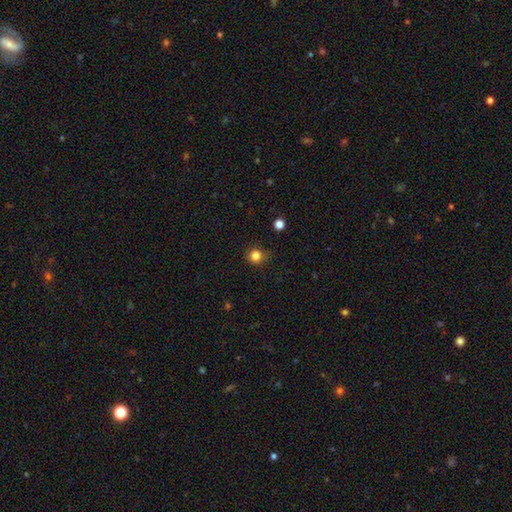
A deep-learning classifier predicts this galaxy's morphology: smooth-or-featured: smooth: 83% | star or artifact: 13% | featured or disk: 4%
  how-rounded: round: 91% | in between: 8% | cigar-shaped: 1%
  merging: none: 82% | minor disturbance: 13% | major disturbance: 3% | merger: 1%